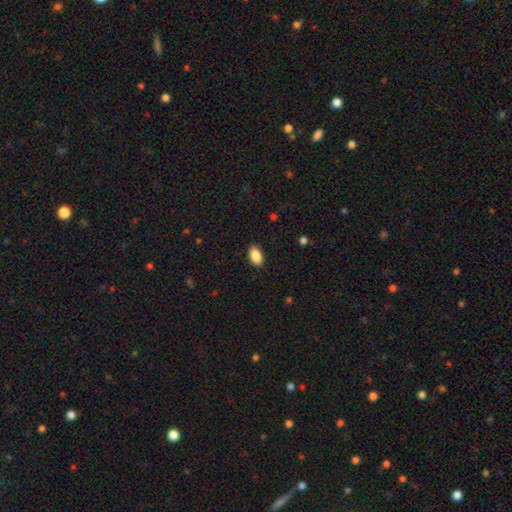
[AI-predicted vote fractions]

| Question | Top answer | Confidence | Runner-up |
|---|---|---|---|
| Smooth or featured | smooth | 88% | star or artifact (7%) |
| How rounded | in between | 93% | round (4%) |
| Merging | none | 88% | minor disturbance (9%) |